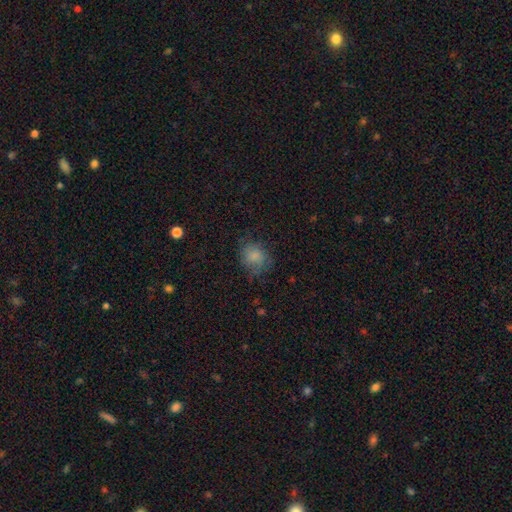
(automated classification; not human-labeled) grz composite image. It shows a smooth galaxy with no disk features (77%) that is round (67%). Merging: none (66%).